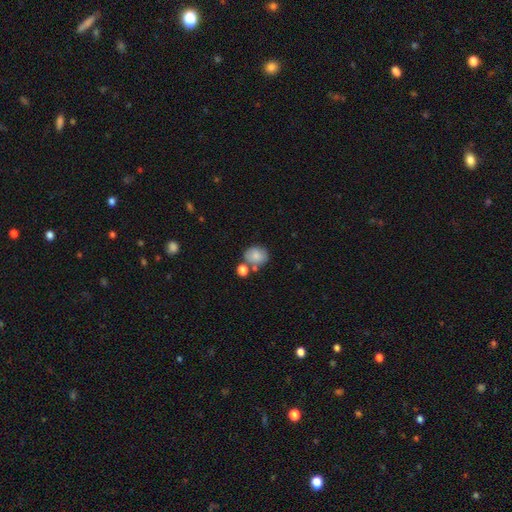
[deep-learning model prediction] This appears to be a smooth galaxy with no disk features (80%) that is round (60%). Merging: none (56%).